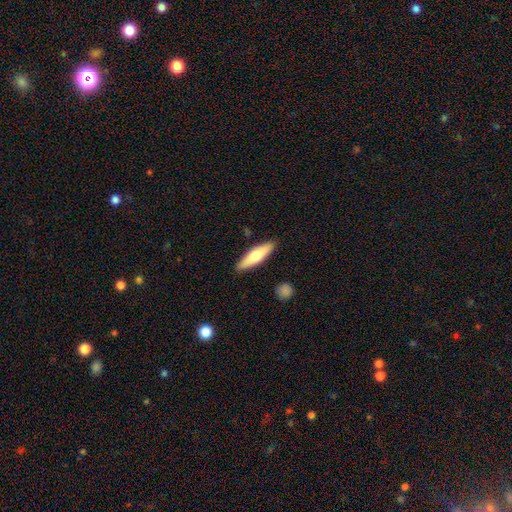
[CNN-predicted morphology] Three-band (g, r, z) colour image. It shows a smooth galaxy with no disk features (63%) that is cigar-shaped (61%). Merging: none (89%).